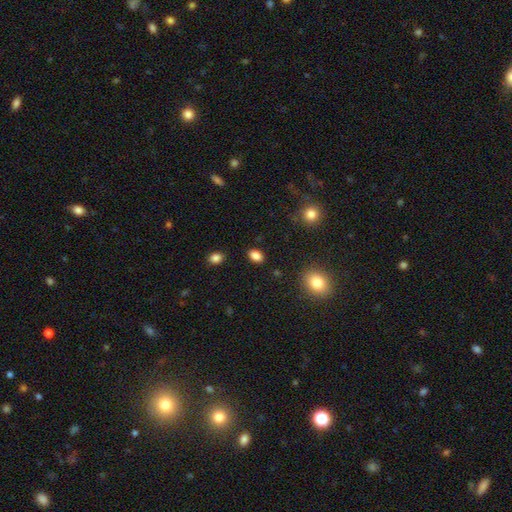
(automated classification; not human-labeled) Morphology: type=smooth (85%); roundness=in between (85%); merging=none (87%).